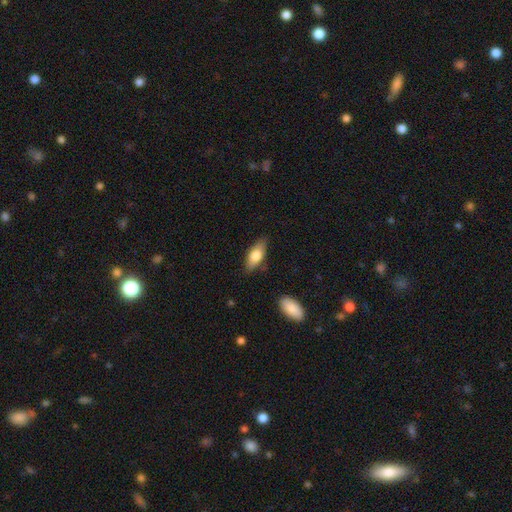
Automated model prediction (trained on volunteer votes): Morphology: type=smooth (73%); roundness=in between (79%); merging=none (79%).